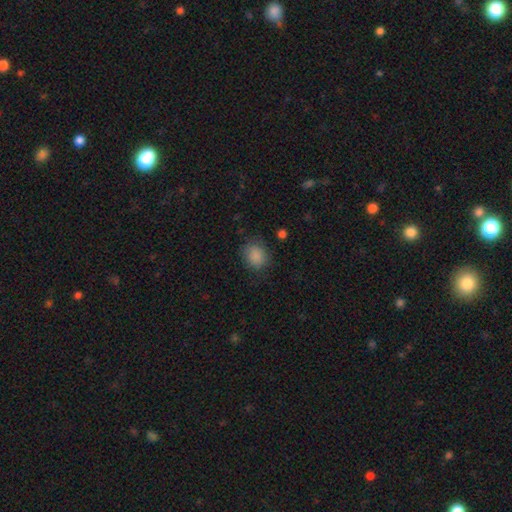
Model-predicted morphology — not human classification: type=smooth (86%); roundness=round (59%); merging=none (79%).